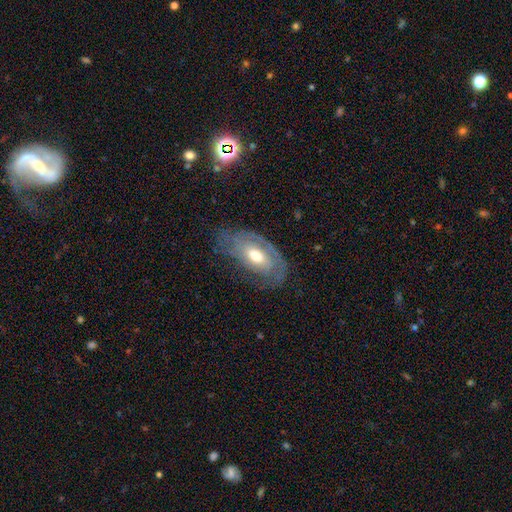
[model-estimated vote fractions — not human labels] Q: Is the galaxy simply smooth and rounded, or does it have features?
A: featured or disk — 66%.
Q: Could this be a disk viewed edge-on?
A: no — 90%.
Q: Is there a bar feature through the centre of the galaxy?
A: no — 65%.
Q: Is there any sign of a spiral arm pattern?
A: yes — 71%.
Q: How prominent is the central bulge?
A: moderate — 69%.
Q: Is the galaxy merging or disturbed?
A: none — 62%.